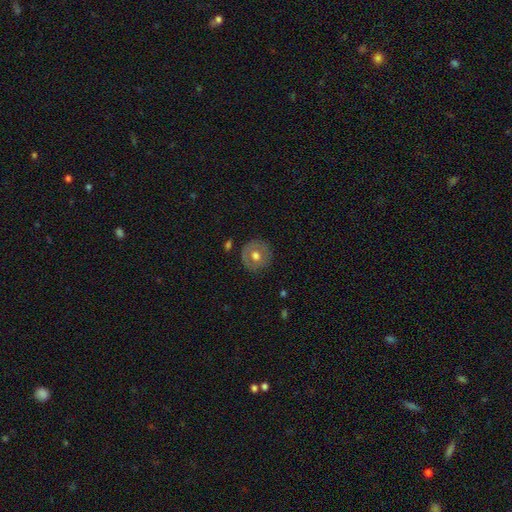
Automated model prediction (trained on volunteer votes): smooth_or_featured: smooth (p=0.56) [alt: featured or disk p=0.36]
how_rounded: round (p=0.93) [alt: in between p=0.06]
merging: none (p=0.86) [alt: minor disturbance p=0.10]